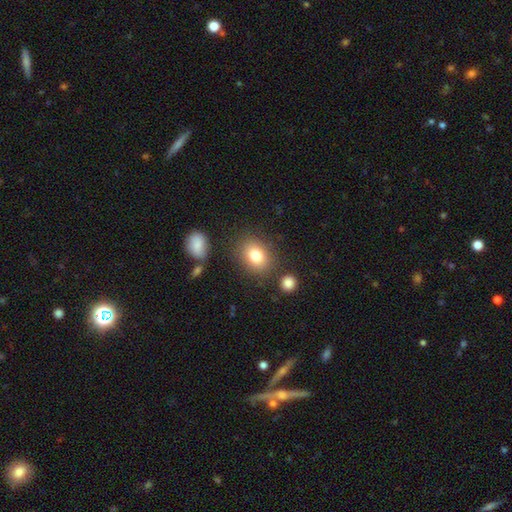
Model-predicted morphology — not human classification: Q: Smooth or featured?
A: smooth (81%); runner-up: star or artifact (10%)
Q: How rounded?
A: in between (54%); runner-up: round (45%)
Q: Merging?
A: none (81%); runner-up: minor disturbance (11%)